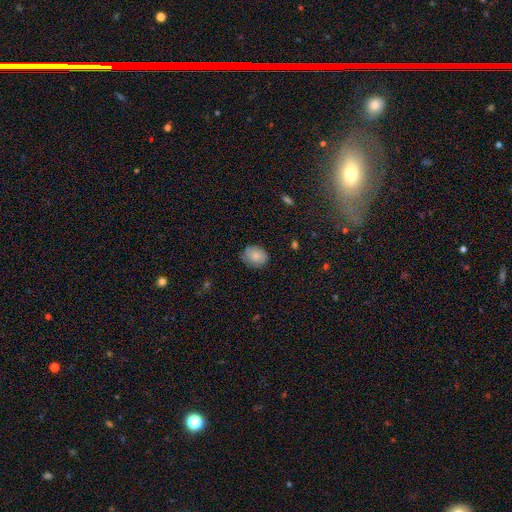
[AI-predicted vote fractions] Smooth or featured? smooth (82%)
How rounded? round (54%)
Merging? none (74%)